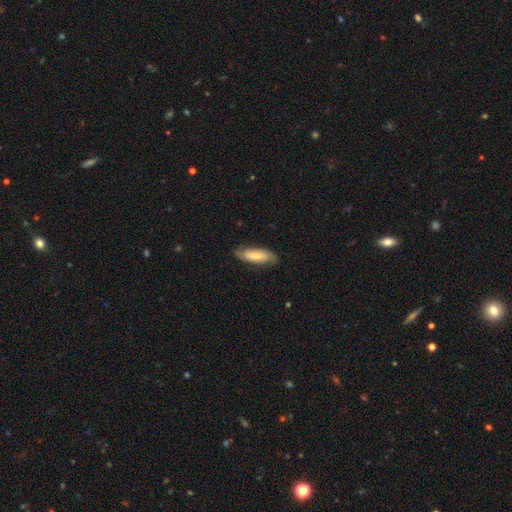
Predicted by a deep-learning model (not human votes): Smooth or featured? Predicted: smooth (p=0.53). How rounded? Predicted: in between (p=0.64). Merging? Predicted: none (p=0.77).